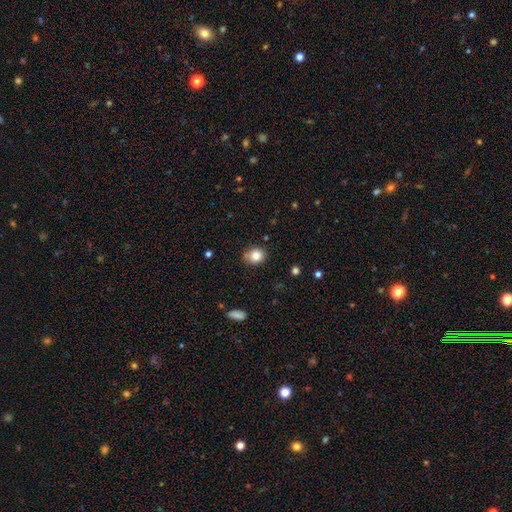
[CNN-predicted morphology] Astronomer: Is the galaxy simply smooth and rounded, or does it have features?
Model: smooth — 83%.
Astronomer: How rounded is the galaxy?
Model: round — 60% (runner-up: in between, 39%).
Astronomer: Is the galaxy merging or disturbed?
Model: none — 79%.